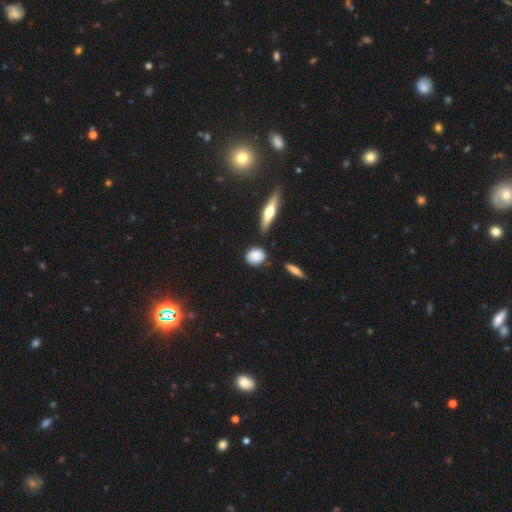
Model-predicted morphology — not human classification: Smooth or featured? Predicted: smooth (p=0.81). How rounded? Predicted: round (p=0.56). Merging? Predicted: none (p=0.79).